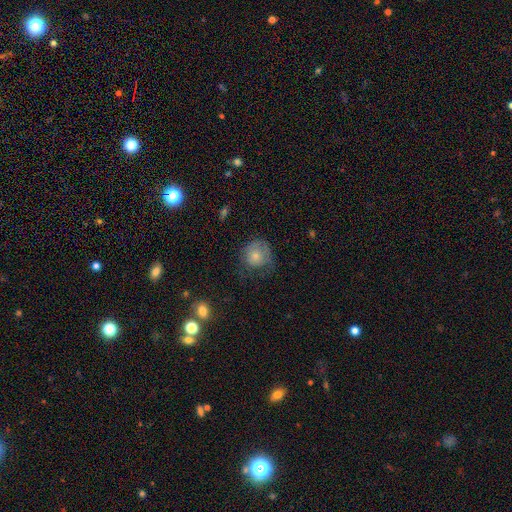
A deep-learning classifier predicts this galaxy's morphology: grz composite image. It shows a smooth galaxy with no disk features (68%) that is round (83%). Merging: none (47%).